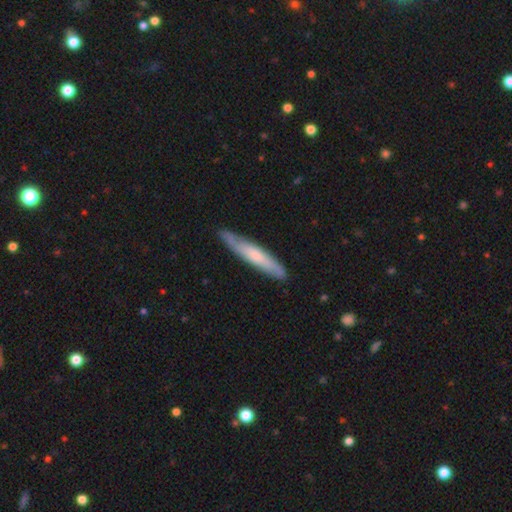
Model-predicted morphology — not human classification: smooth-or-featured: smooth: 53% | featured or disk: 42% | star or artifact: 5%
  how-rounded: cigar-shaped: 91% | in between: 8% | round: 1%
  merging: none: 82% | minor disturbance: 14% | major disturbance: 2% | merger: 1%